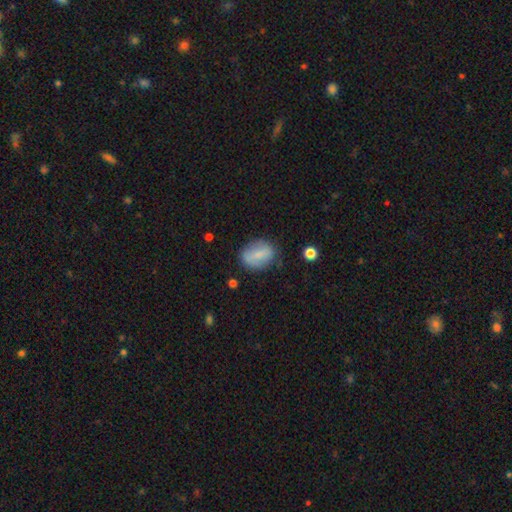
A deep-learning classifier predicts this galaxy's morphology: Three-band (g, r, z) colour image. It shows a smooth galaxy with no disk features (67%) that is in between round and cigar-shaped (71%). Merging: none (73%).